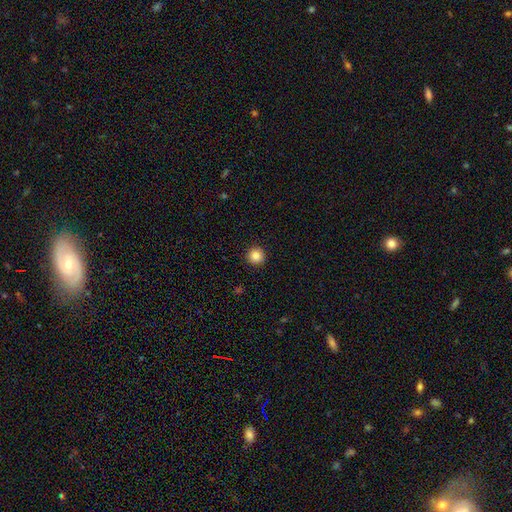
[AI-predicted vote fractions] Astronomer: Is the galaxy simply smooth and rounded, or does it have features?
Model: smooth — 86%.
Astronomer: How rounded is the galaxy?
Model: round — 96%.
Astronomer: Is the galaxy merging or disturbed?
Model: none — 93%.